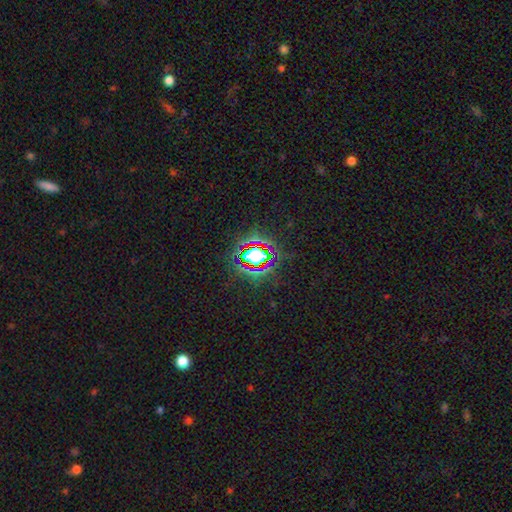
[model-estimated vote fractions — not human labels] smooth-or-featured: star or artifact: 70% | smooth: 19% | featured or disk: 11%